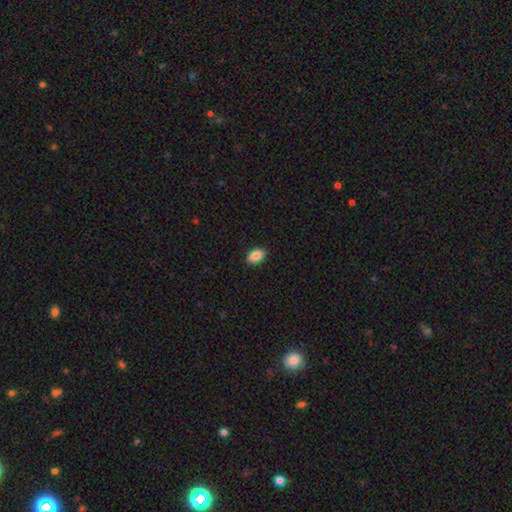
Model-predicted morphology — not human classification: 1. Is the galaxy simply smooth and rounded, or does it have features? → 89% smooth, 7% star or artifact, 4% featured or disk.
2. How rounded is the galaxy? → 89% in between, 9% round, 2% cigar-shaped.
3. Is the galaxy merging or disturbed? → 90% none, 7% minor disturbance, 2% major disturbance, 1% merger.